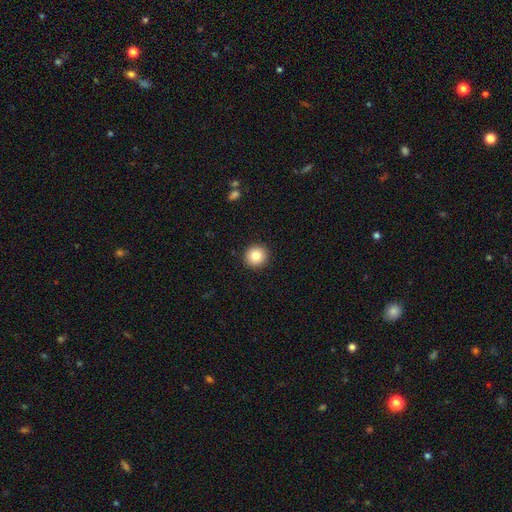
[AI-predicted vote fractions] The model was most divided on "smooth or featured": smooth: 82%, star or artifact: 9%, featured or disk: 8%. More confident: how rounded — round (94%); merging — none (93%).